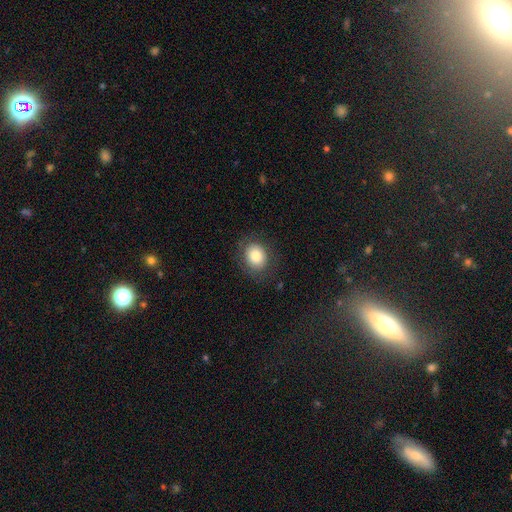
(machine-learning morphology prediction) Smooth or featured?
  - smooth: 82% *
  - featured or disk: 9%
  - star or artifact: 9%
How rounded?
  - round: 54% *
  - in between: 45%
  - cigar-shaped: 1%
Merging?
  - none: 81% *
  - minor disturbance: 13%
  - major disturbance: 5%
  - merger: 1%